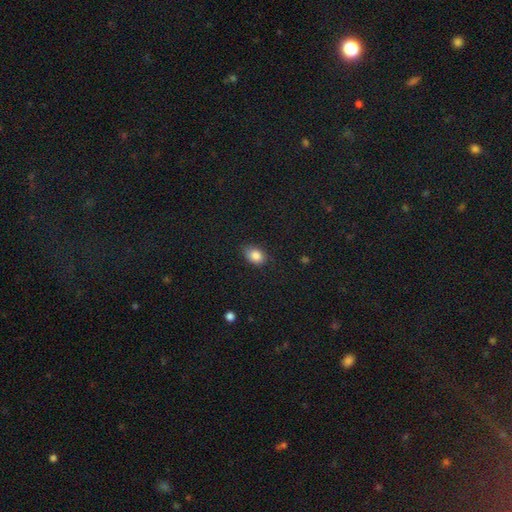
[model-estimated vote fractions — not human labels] smooth 85%, star or artifact 9%, featured or disk 6%. Down the decision tree: how rounded — in between (77%); merging — none (79%).